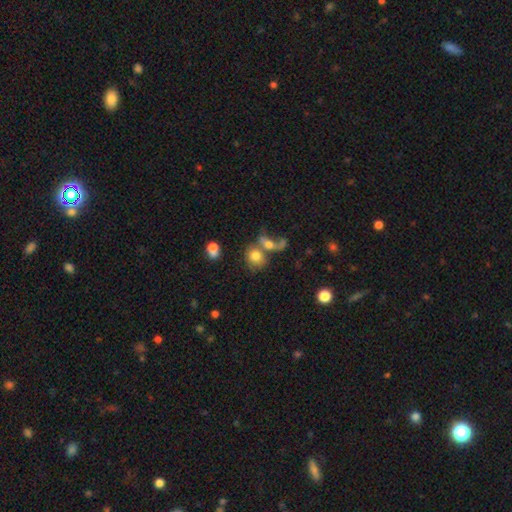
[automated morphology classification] smooth 71%, featured or disk 18%, star or artifact 11%. Down the decision tree: how rounded — round (61%); merging — merger (51%).